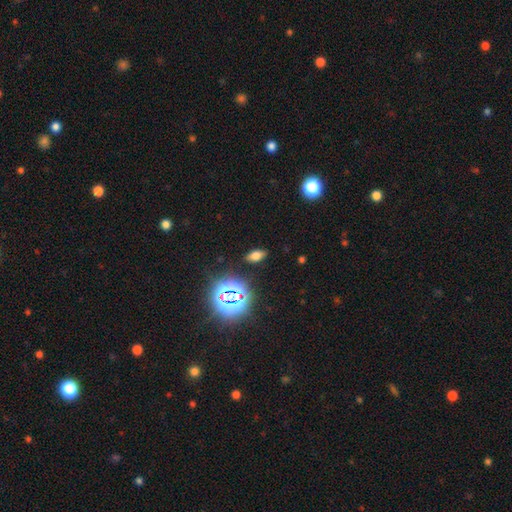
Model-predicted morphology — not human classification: Smooth or featured? smooth (64%)
How rounded? in between (85%)
Merging? none (87%)